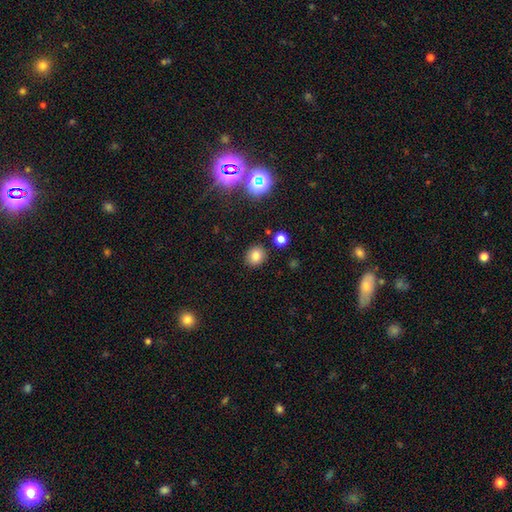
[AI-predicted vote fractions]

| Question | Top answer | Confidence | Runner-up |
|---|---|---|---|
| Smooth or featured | smooth | 79% | star or artifact (14%) |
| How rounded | round | 80% | in between (19%) |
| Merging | none | 88% | minor disturbance (7%) |